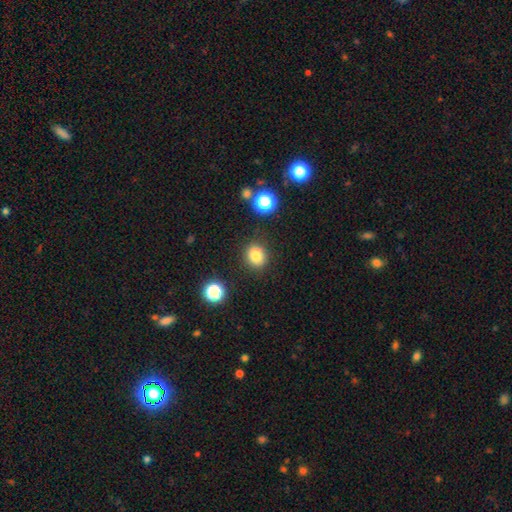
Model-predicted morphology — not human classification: This is likely a smooth galaxy (79%). How rounded: likely round (78%). Merging: clearly none (86%).